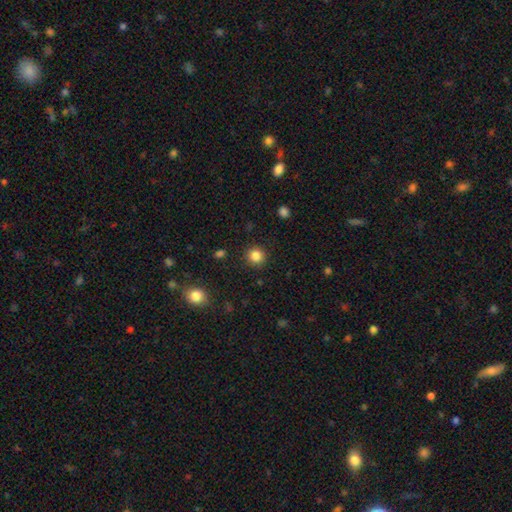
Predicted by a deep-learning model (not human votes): Smooth or featured? smooth (85%)
How rounded? round (91%)
Merging? none (90%)